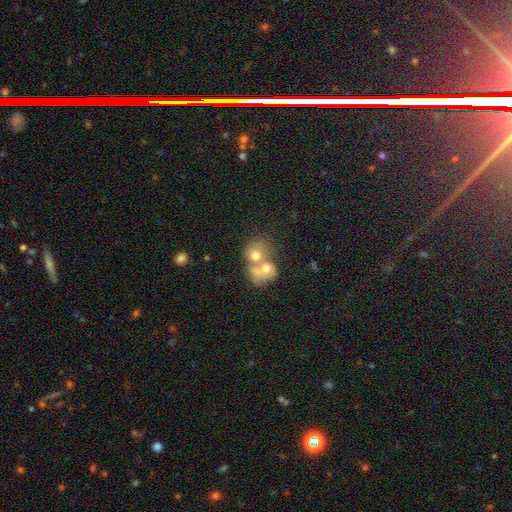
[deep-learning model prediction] Morphology: type=smooth (64%); roundness=round (63%); merging=merger (73%).